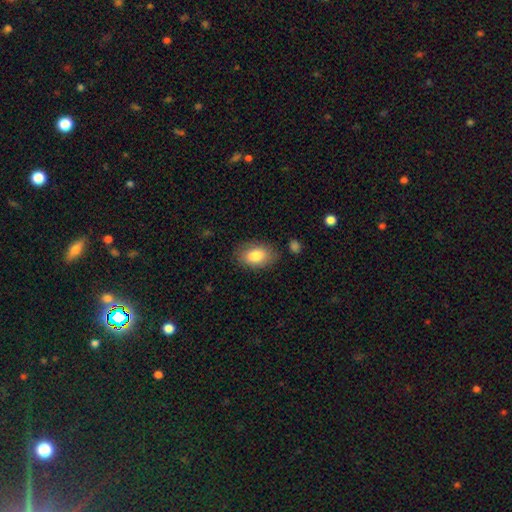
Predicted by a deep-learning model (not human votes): This is clearly a smooth galaxy (83%). How rounded: clearly in between (88%). Merging: clearly none (81%).